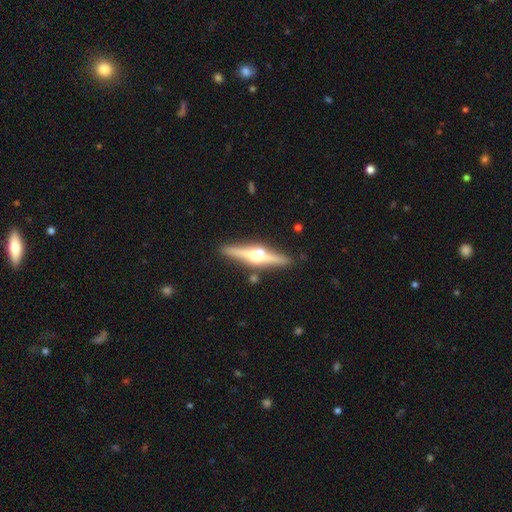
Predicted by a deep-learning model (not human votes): This is likely a featured or disk galaxy (78%). It is clearly viewed edge-on (98%). Edge-on bulge: clearly rounded (95%). Merging: clearly none (87%).